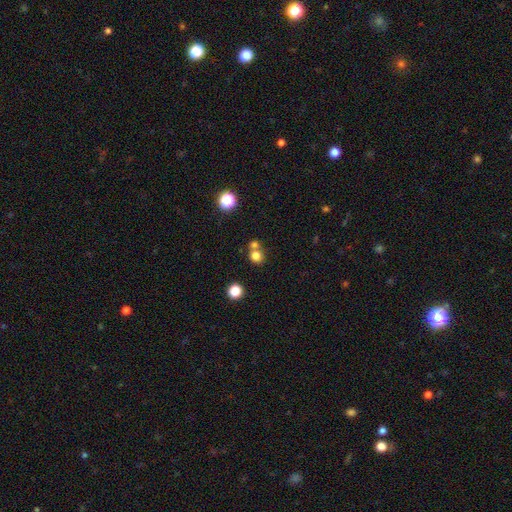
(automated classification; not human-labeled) Smooth or featured?
  - smooth: 78% *
  - star or artifact: 14%
  - featured or disk: 8%
How rounded?
  - round: 85% *
  - in between: 14%
  - cigar-shaped: 1%
Merging?
  - none: 55% *
  - merger: 36%
  - minor disturbance: 6%
  - major disturbance: 3%